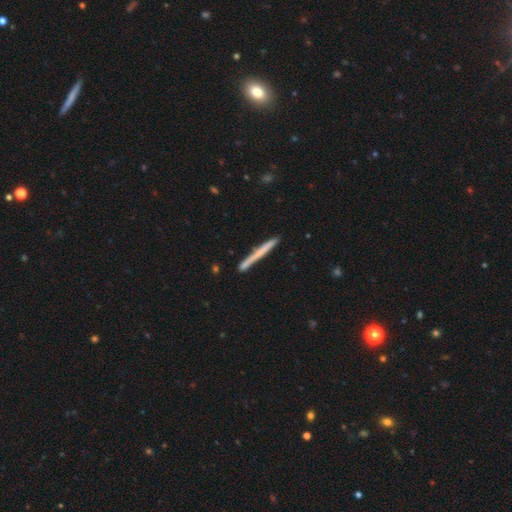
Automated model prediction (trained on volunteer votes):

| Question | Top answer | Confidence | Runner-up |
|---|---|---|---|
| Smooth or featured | smooth | 52% | featured or disk (42%) |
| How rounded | cigar-shaped | 97% | in between (2%) |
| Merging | none | 86% | minor disturbance (9%) |